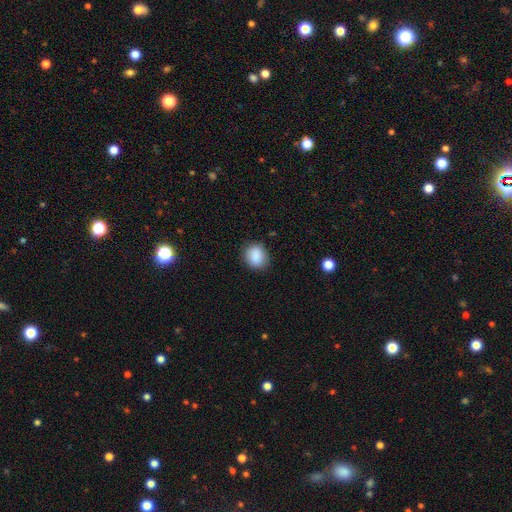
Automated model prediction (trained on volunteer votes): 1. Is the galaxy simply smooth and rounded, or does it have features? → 88% smooth, 8% star or artifact, 4% featured or disk.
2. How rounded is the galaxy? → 65% round, 34% in between, 1% cigar-shaped.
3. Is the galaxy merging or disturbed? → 85% none, 11% minor disturbance, 3% major disturbance, 1% merger.